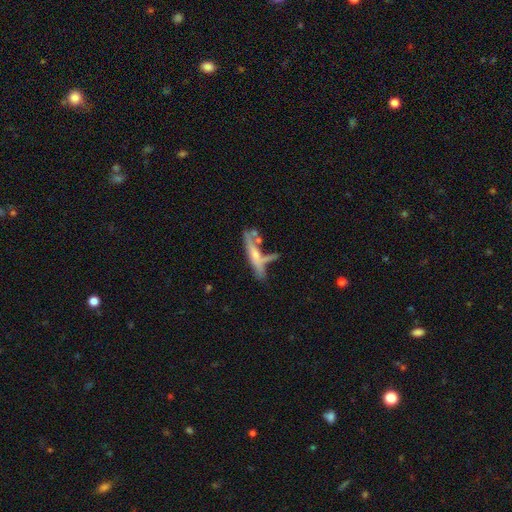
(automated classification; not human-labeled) Smooth or featured?
  - featured or disk: 52% *
  - smooth: 41%
  - star or artifact: 8%
Edge-on disk?
  - yes: 81% *
  - no: 19%
Merging?
  - none: 44% *
  - merger: 26%
  - minor disturbance: 18%
  - major disturbance: 12%